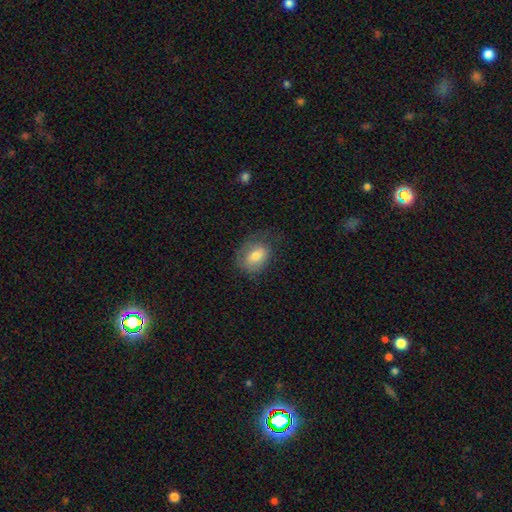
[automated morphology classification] This is likely a smooth galaxy (72%). How rounded: likely in between (73%). Merging: possibly none (59%).